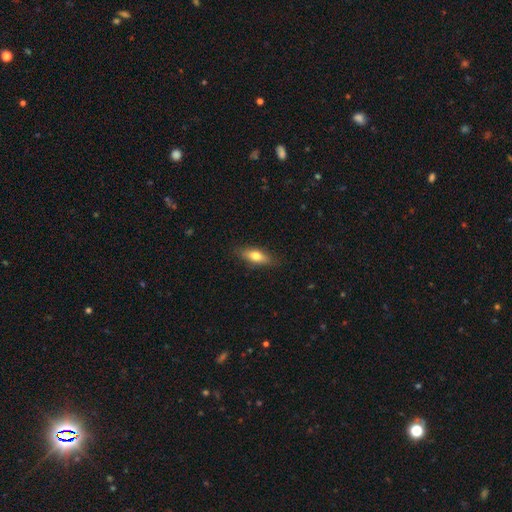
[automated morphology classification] smooth_or_featured: smooth (p=0.67) [alt: featured or disk p=0.26]
how_rounded: in between (p=0.66) [alt: cigar-shaped p=0.30]
merging: none (p=0.85) [alt: minor disturbance p=0.12]